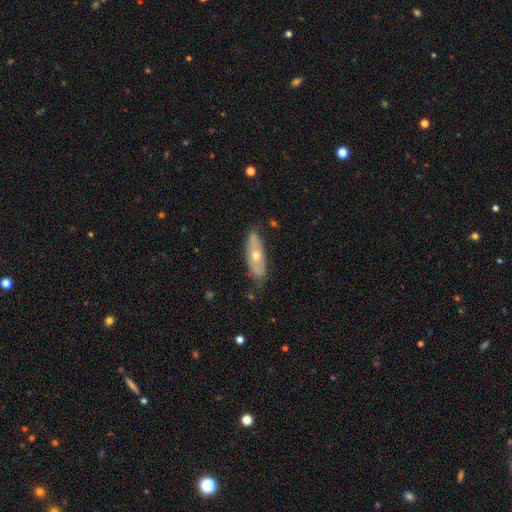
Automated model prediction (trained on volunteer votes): A featured or disk galaxy (52%).

Vote fractions:
- Smooth or featured? featured or disk: 52% / smooth: 42% / star or artifact: 6%
- Edge-on disk? no: 69% / yes: 31%
- Merging? none: 73% / minor disturbance: 21% / major disturbance: 4% / merger: 2%